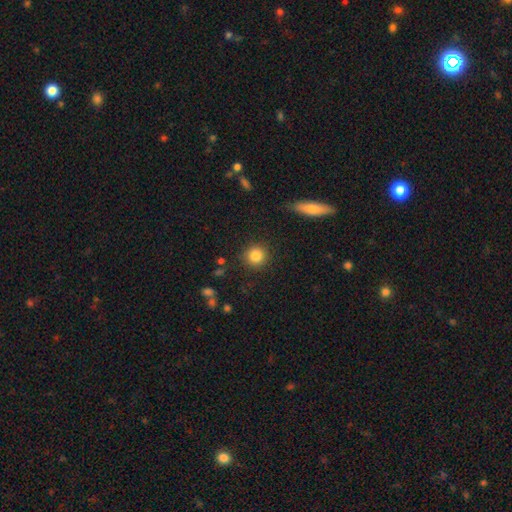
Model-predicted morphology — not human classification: This appears to be a smooth galaxy with no disk features (84%) that is round (93%). Merging: none (89%).